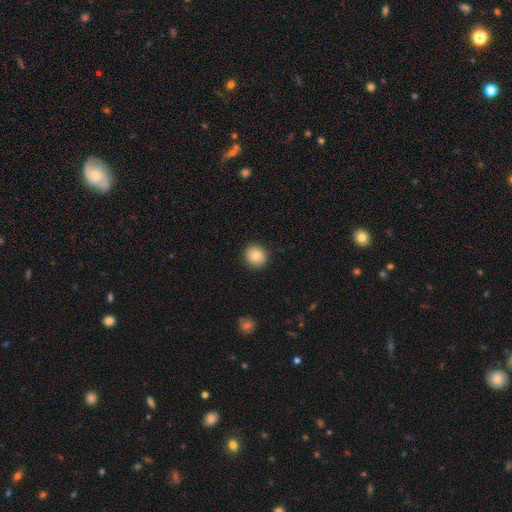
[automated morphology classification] This is clearly a smooth galaxy (84%). How rounded: clearly round (88%). Merging: clearly none (91%).